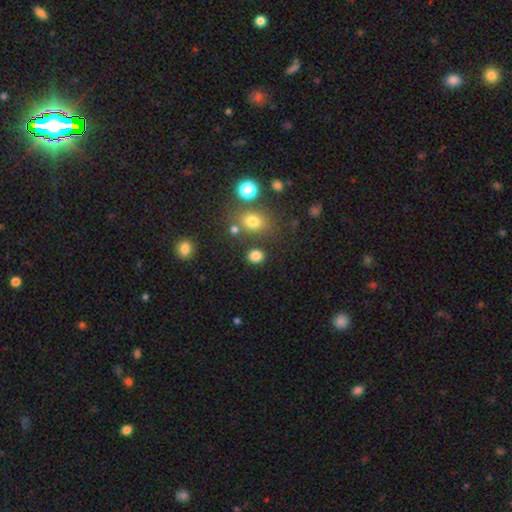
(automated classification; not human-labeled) Overall: smooth (80%). How rounded: round (66%; in between 33%). Merging: none (80%).